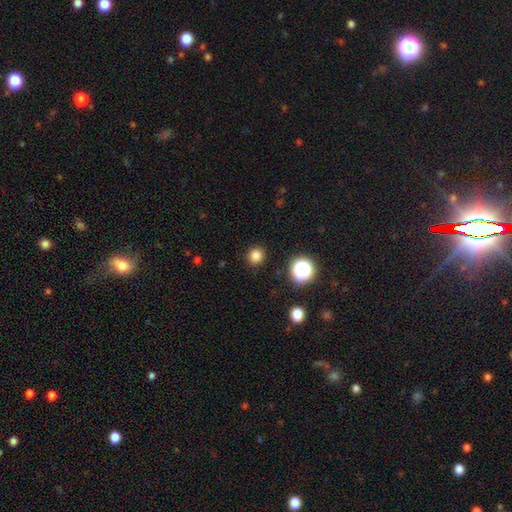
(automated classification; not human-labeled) Smooth or featured? smooth (82%)
How rounded? round (89%)
Merging? none (91%)